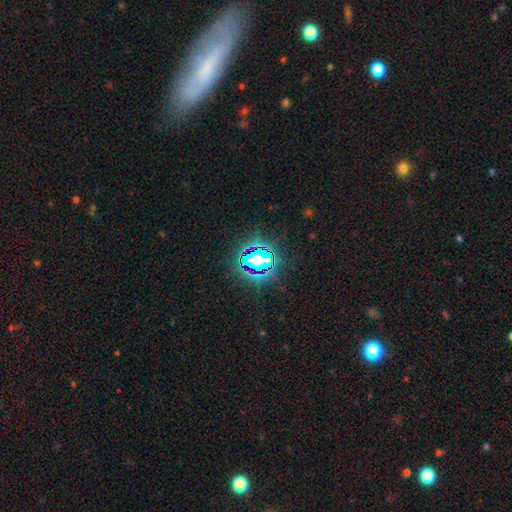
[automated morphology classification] Smooth or featured?
  - star or artifact: 76% *
  - smooth: 15%
  - featured or disk: 8%